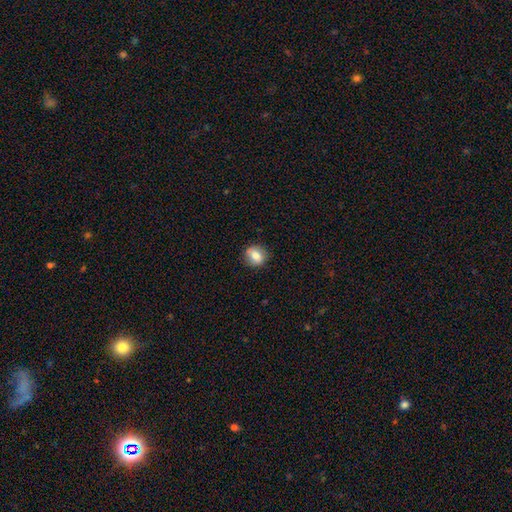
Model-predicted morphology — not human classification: A smooth galaxy with no disk features (74%) that is round (65%).

Vote fractions:
- Smooth or featured? smooth: 74% / featured or disk: 17% / star or artifact: 9%
- How rounded? round: 65% / in between: 33% / cigar-shaped: 1%
- Merging? none: 85% / minor disturbance: 11% / major disturbance: 3% / merger: 1%